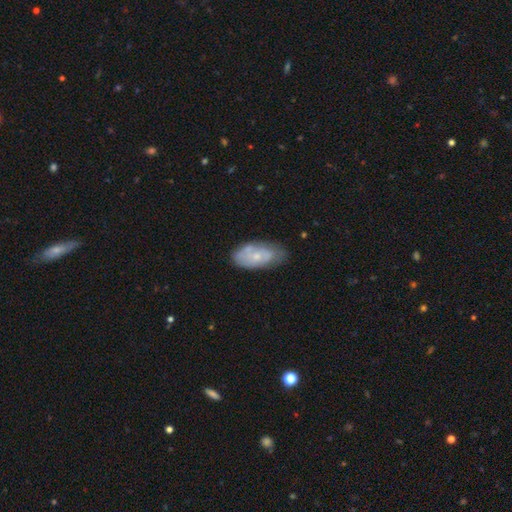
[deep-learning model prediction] Q: Smooth or featured?
A: featured or disk (47%); runner-up: smooth (46%)
Q: Merging?
A: none (60%); runner-up: minor disturbance (29%)